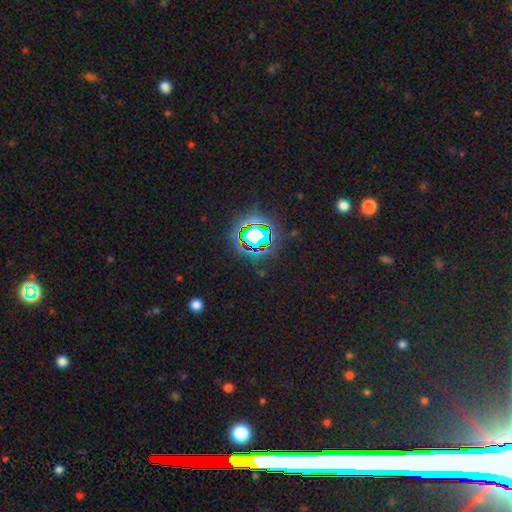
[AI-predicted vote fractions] Smooth or featured? star or artifact (80%)